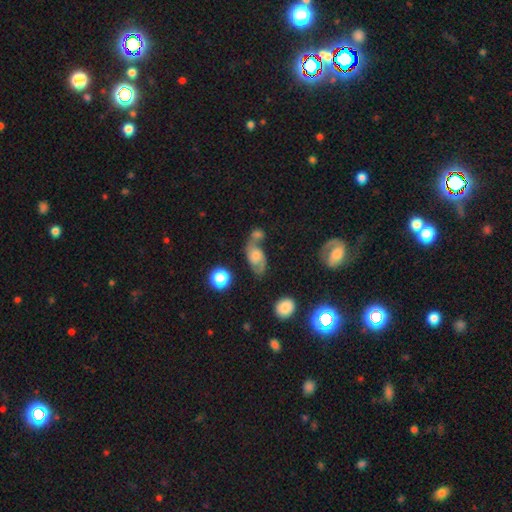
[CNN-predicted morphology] A featured or disk galaxy (56%) with no bar (69%), spiral arms (84%) and a moderate central bulge (35%). Merging: none (36%).